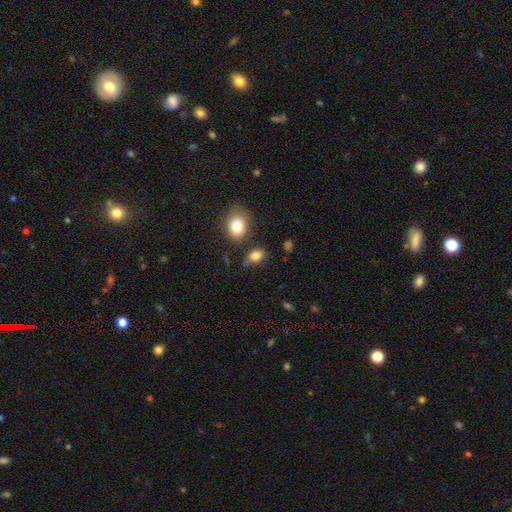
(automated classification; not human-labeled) Smooth or featured? smooth (83%)
How rounded? in between (73%)
Merging? none (60%)